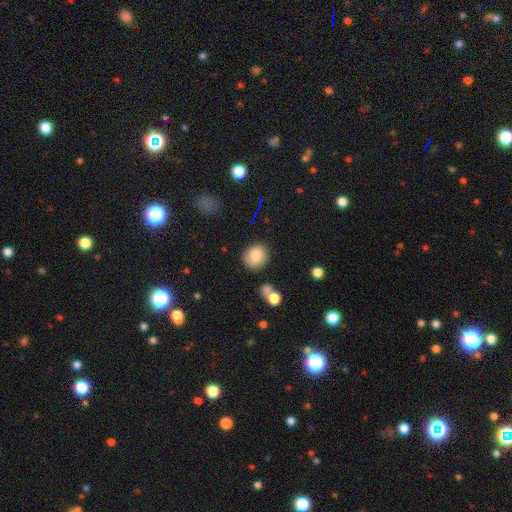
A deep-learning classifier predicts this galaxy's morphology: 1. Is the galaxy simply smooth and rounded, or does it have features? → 82% smooth, 10% star or artifact, 8% featured or disk.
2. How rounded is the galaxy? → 84% round, 15% in between, 1% cigar-shaped.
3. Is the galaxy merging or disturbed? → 82% none, 10% minor disturbance, 4% merger, 3% major disturbance.